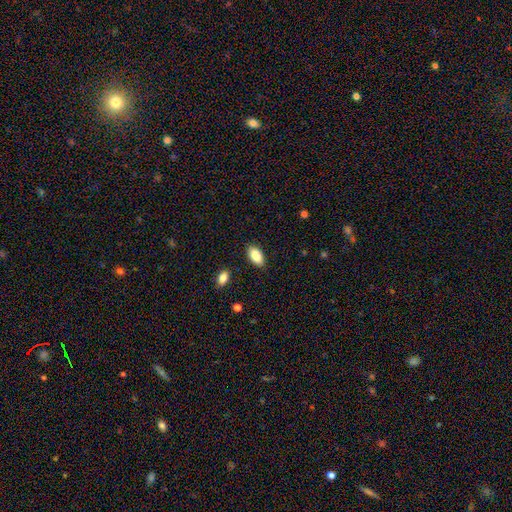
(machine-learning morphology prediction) A smooth galaxy with no disk features (86%) that is in between round and cigar-shaped (93%). Merging: none (88%).